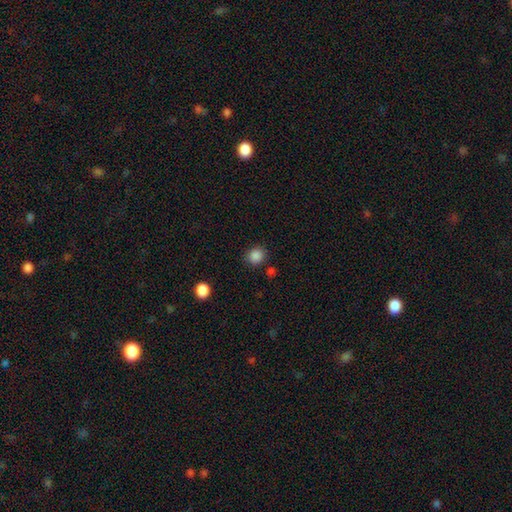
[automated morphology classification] Smooth or featured?
  - smooth: 86% *
  - star or artifact: 11%
  - featured or disk: 3%
How rounded?
  - round: 83% *
  - in between: 16%
  - cigar-shaped: 1%
Merging?
  - none: 83% *
  - minor disturbance: 10%
  - merger: 4%
  - major disturbance: 3%